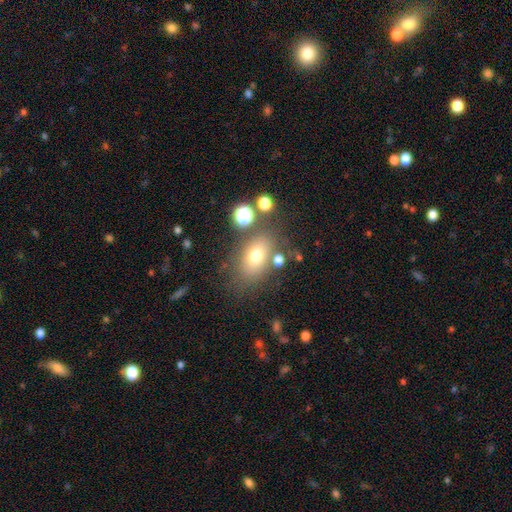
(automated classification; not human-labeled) The model was most divided on "smooth or featured": smooth: 70%, featured or disk: 17%, star or artifact: 14%. More confident: how rounded — in between (78%); merging — none (70%).